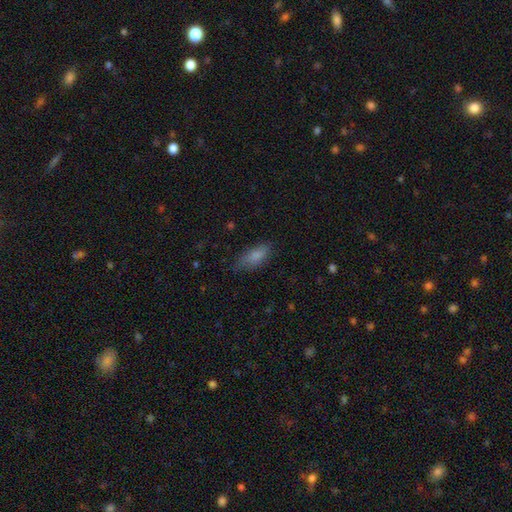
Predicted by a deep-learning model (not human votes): Smooth or featured?
  - smooth: 83% *
  - featured or disk: 9%
  - star or artifact: 8%
How rounded?
  - in between: 78% *
  - cigar-shaped: 19%
  - round: 2%
Merging?
  - none: 71% *
  - minor disturbance: 23%
  - major disturbance: 5%
  - merger: 1%